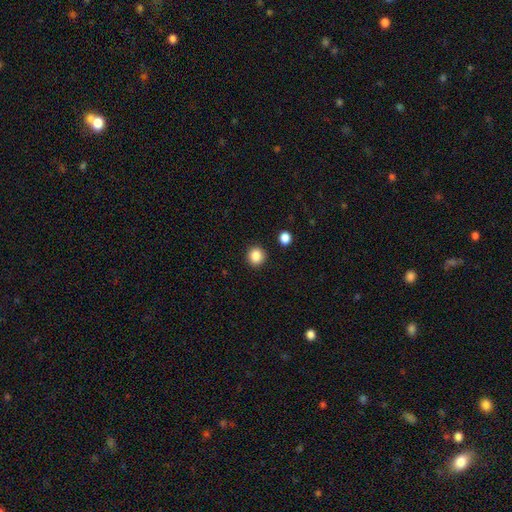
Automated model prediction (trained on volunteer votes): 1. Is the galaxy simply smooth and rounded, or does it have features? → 87% smooth, 10% star or artifact, 3% featured or disk.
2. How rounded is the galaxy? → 90% round, 9% in between, 1% cigar-shaped.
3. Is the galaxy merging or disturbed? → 91% none, 5% minor disturbance, 2% merger, 2% major disturbance.